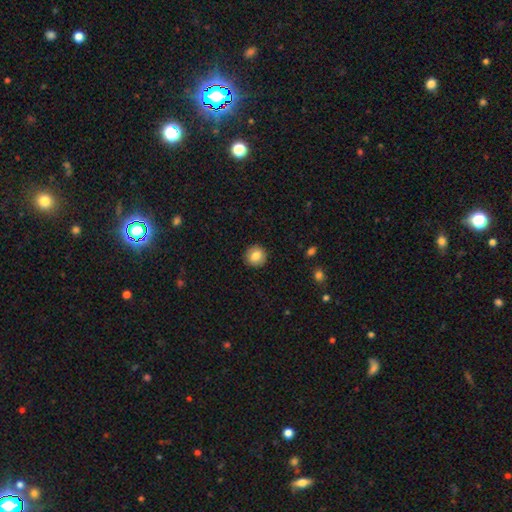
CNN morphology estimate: A smooth galaxy with no disk features (84%) that is round (93%).

Vote fractions:
- Smooth or featured? smooth: 84% / star or artifact: 9% / featured or disk: 8%
- How rounded? round: 93% / in between: 6% / cigar-shaped: 1%
- Merging? none: 92% / minor disturbance: 5% / major disturbance: 2% / merger: 1%